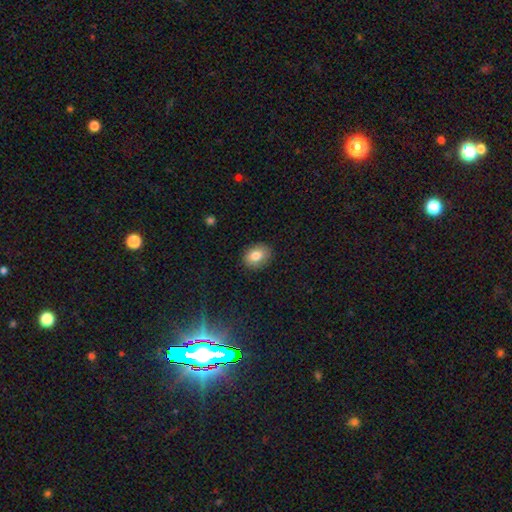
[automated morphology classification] smooth_or_featured: smooth (p=0.80) [alt: featured or disk p=0.11]
how_rounded: in between (p=0.63) [alt: round p=0.36]
merging: none (p=0.88) [alt: minor disturbance p=0.08]